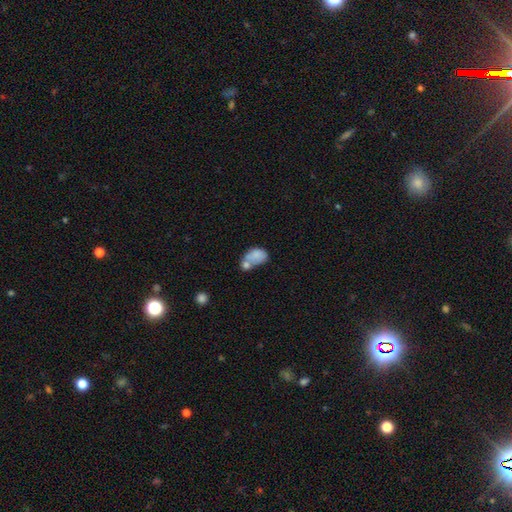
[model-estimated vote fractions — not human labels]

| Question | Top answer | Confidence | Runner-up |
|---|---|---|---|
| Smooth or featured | smooth | 75% | featured or disk (17%) |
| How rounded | in between | 81% | round (17%) |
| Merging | merger | 53% | none (24%) |